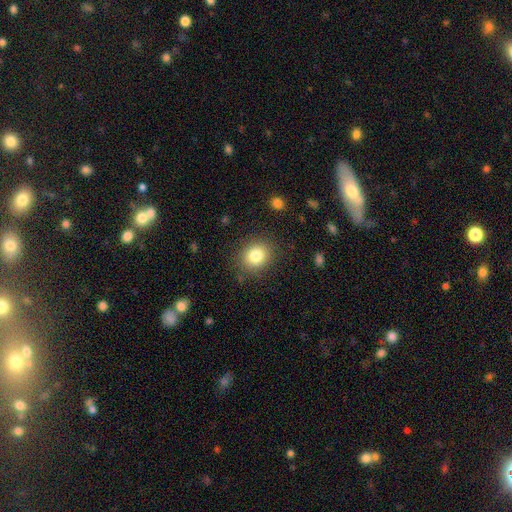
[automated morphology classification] smooth 82%, star or artifact 10%, featured or disk 8%. Down the decision tree: how rounded — round (70%); merging — none (86%).